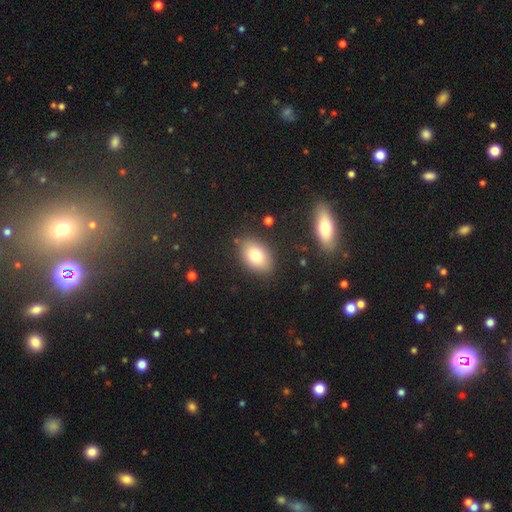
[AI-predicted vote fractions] Smooth or featured?
  - smooth: 77% *
  - featured or disk: 14%
  - star or artifact: 9%
How rounded?
  - in between: 84% *
  - round: 14%
  - cigar-shaped: 1%
Merging?
  - none: 84% *
  - minor disturbance: 11%
  - major disturbance: 3%
  - merger: 2%